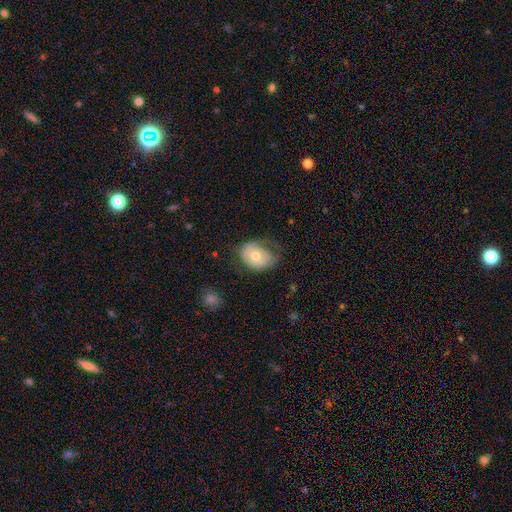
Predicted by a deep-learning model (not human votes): Smooth or featured? Predicted: smooth (p=0.50). How rounded? Predicted: in between (p=0.52). Merging? Predicted: none (p=0.48).